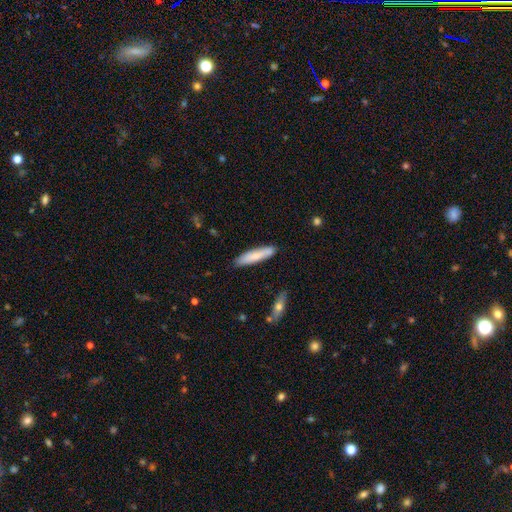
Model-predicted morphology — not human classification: type=smooth (77%); roundness=cigar-shaped (84%); merging=none (85%).